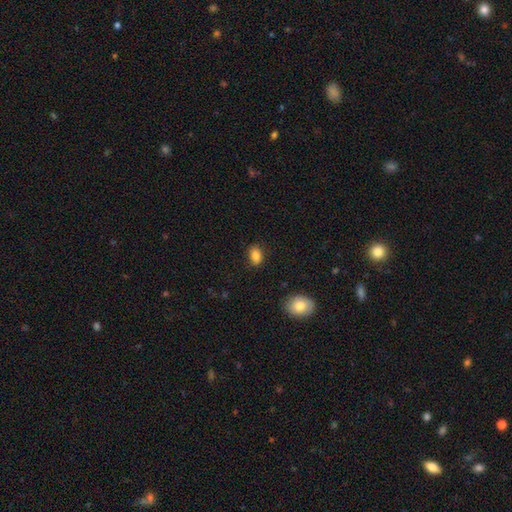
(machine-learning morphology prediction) Overall: smooth (85%). How rounded: in between (81%). Merging: none (82%).